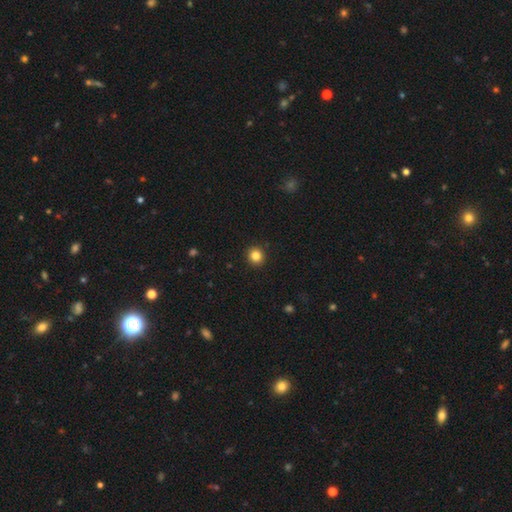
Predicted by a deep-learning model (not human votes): The model was most divided on "smooth or featured": smooth: 84%, star or artifact: 11%, featured or disk: 5%. More confident: merging — none (93%); how rounded — round (92%).